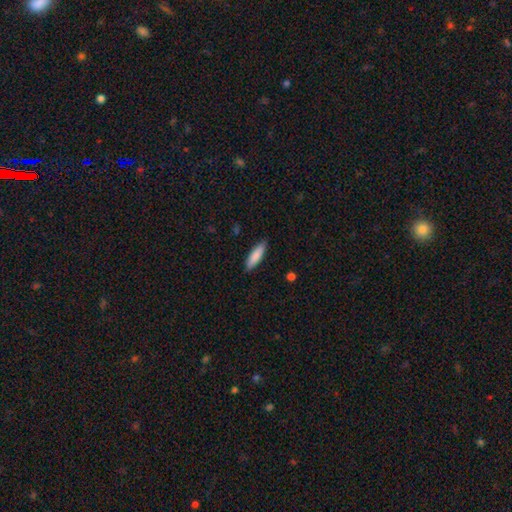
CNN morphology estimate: Smooth or featured: smooth — 87% (featured or disk — 8%)
How rounded: cigar-shaped — 59% (in between — 39%)
Merging: none — 88% (minor disturbance — 9%)